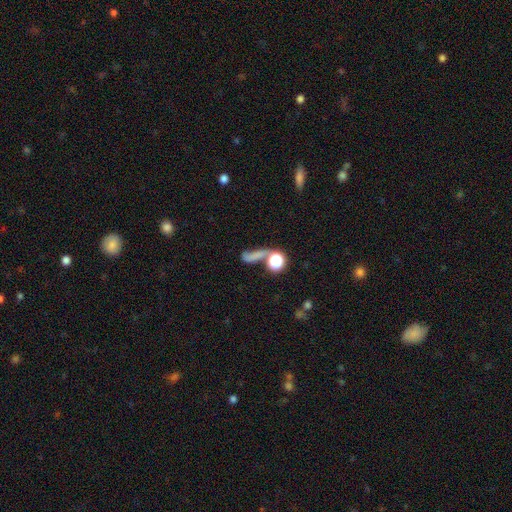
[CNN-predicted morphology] This is possibly a smooth galaxy (55%). How rounded: marginally round (36%). Merging: marginally none (35%).